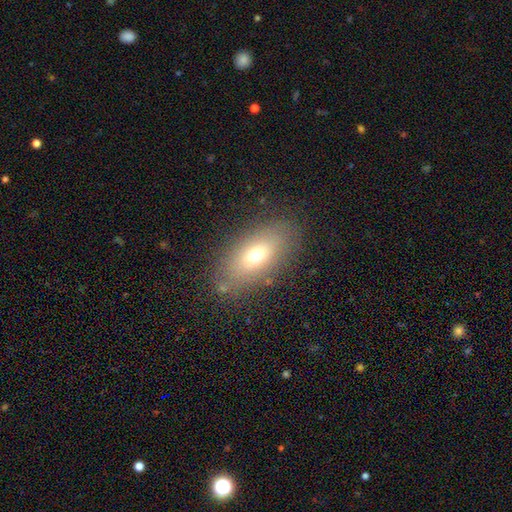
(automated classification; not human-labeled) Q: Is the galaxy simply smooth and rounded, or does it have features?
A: smooth — 64%.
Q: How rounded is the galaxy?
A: in between — 85%.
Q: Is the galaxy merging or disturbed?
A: none — 80%.